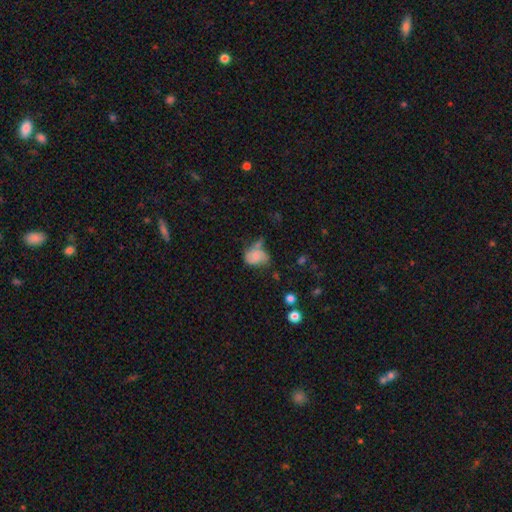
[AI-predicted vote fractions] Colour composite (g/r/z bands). It shows a smooth galaxy with no disk features (59%) that is in between round and cigar-shaped (62%). Merging: none (33%).